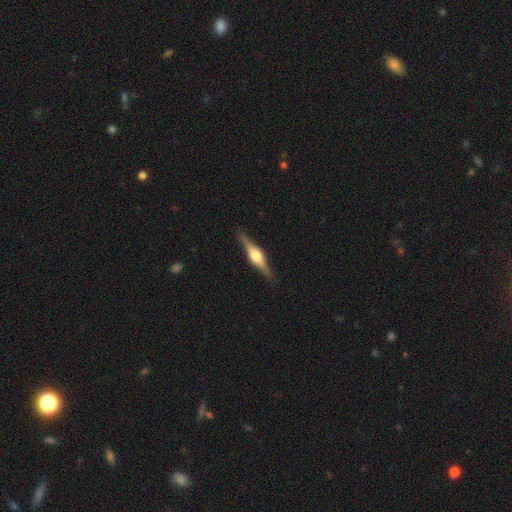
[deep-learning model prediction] Q: Smooth or featured?
A: featured or disk (79%); runner-up: smooth (16%)
Q: Edge-on disk?
A: yes (98%); runner-up: no (2%)
Q: Edge-on bulge?
A: rounded (89%); runner-up: boxy (9%)
Q: Merging?
A: none (89%); runner-up: minor disturbance (8%)